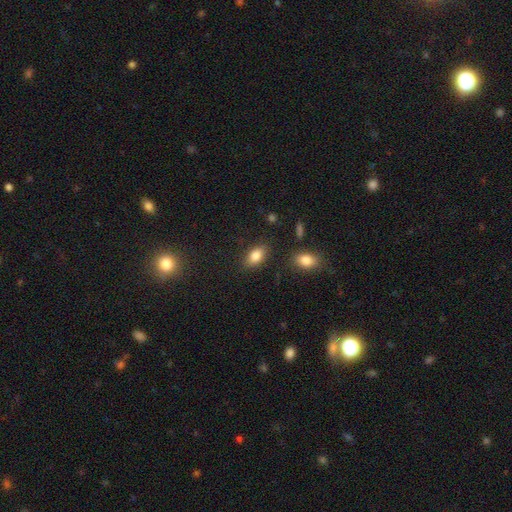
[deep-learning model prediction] Overall: smooth (83%). How rounded: in between (88%). Merging: none (83%).